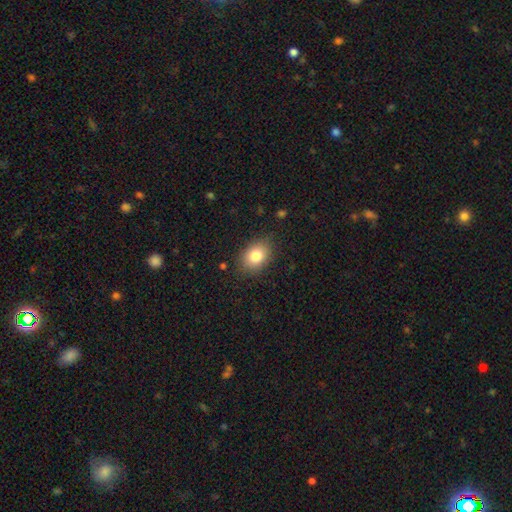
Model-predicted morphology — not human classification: Smooth or featured? smooth (81%)
How rounded? in between (73%)
Merging? none (83%)